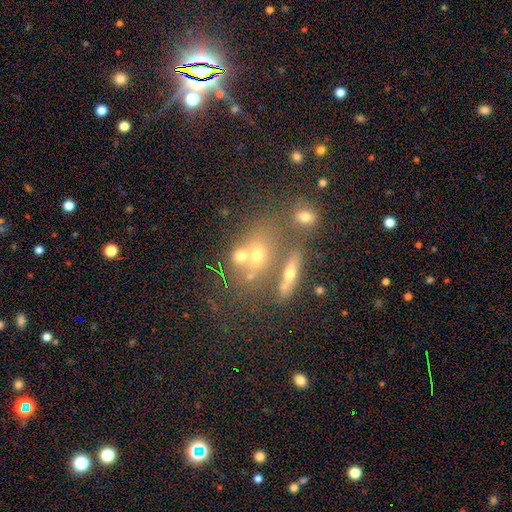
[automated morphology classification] smooth 52%, featured or disk 30%, star or artifact 18%. Down the decision tree: how rounded — in between (48%); merging — merger (42%).